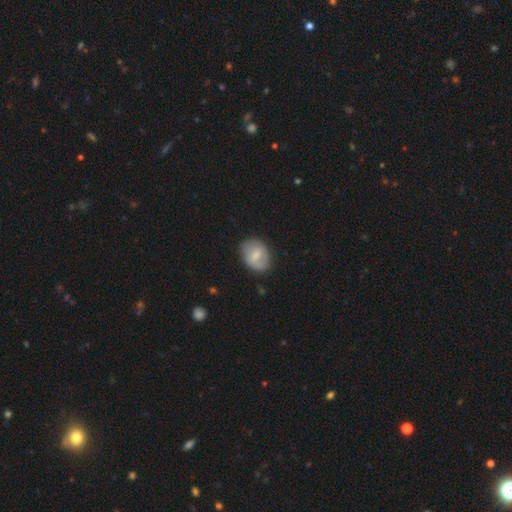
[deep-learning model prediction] Smooth or featured: smooth — 61% (featured or disk — 32%)
How rounded: in between — 66% (round — 33%)
Merging: none — 75% (minor disturbance — 18%)